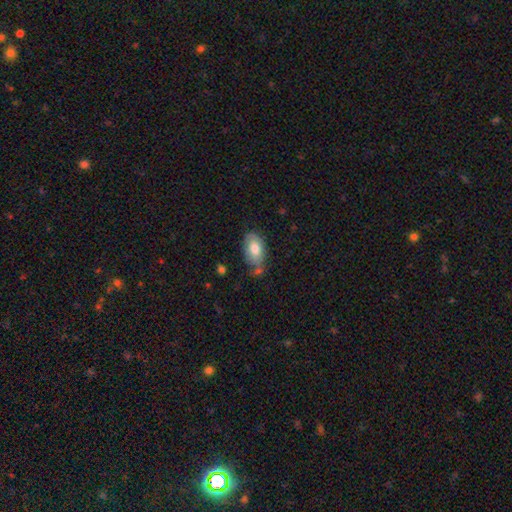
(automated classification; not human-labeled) Smooth or featured?
  - smooth: 73% *
  - featured or disk: 20%
  - star or artifact: 7%
How rounded?
  - in between: 92% *
  - round: 6%
  - cigar-shaped: 2%
Merging?
  - none: 57% *
  - minor disturbance: 27%
  - merger: 9%
  - major disturbance: 7%